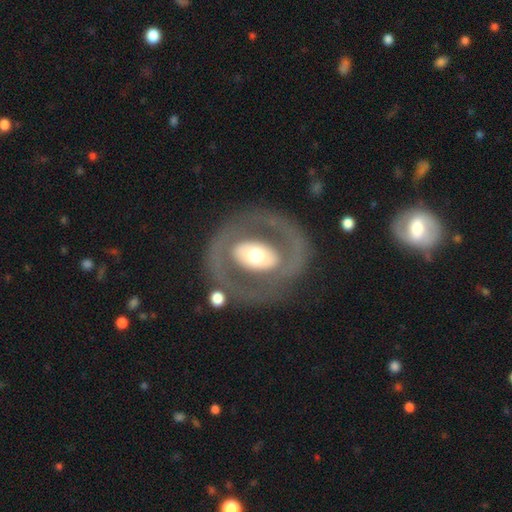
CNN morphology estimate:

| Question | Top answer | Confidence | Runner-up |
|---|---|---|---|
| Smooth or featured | featured or disk | 68% | smooth (27%) |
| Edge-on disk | no | 94% | yes (6%) |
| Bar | no | 63% | weak (19%) |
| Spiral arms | no | 71% | yes (29%) |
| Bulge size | moderate | 59% | large (26%) |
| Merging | none | 76% | major disturbance (11%) |